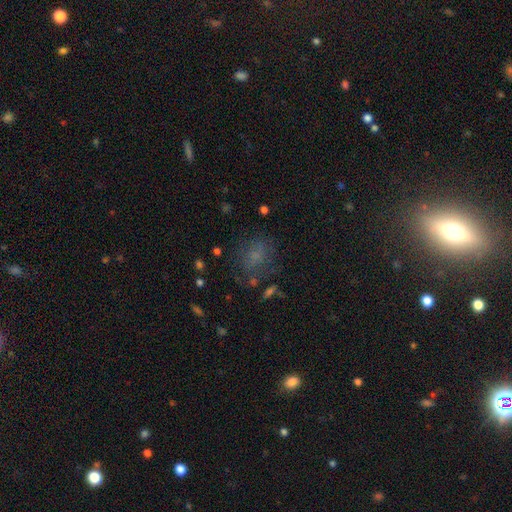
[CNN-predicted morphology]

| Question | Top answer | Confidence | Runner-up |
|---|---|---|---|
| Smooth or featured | smooth | 57% | star or artifact (22%) |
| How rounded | round | 54% | in between (45%) |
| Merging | none | 61% | minor disturbance (19%) |